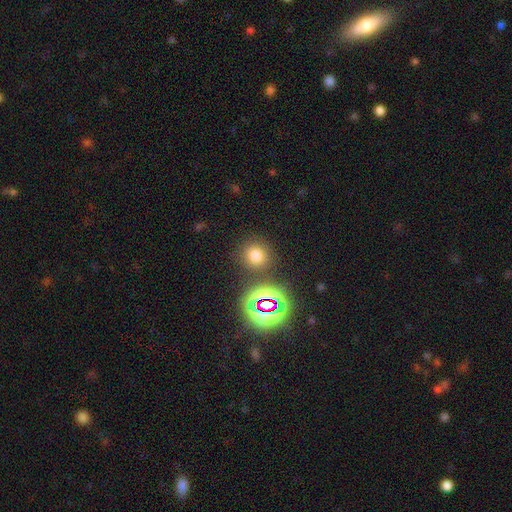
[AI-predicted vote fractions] Overall: smooth (70%). How rounded: round (88%). Merging: none (83%).